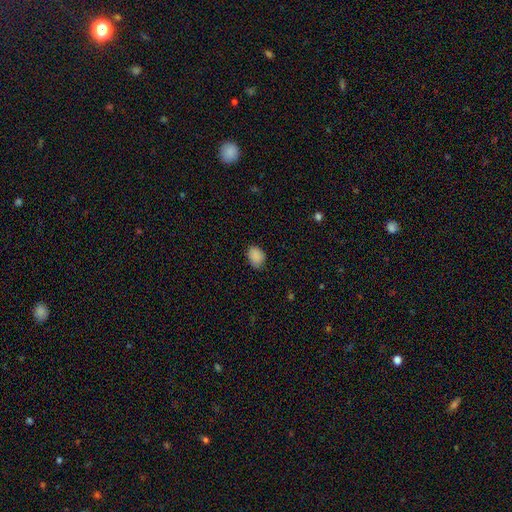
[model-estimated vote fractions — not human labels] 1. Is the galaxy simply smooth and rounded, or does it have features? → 88% smooth, 9% star or artifact, 3% featured or disk.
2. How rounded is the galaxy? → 66% in between, 33% round, 1% cigar-shaped.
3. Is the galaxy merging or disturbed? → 78% none, 18% minor disturbance, 3% major disturbance, 1% merger.